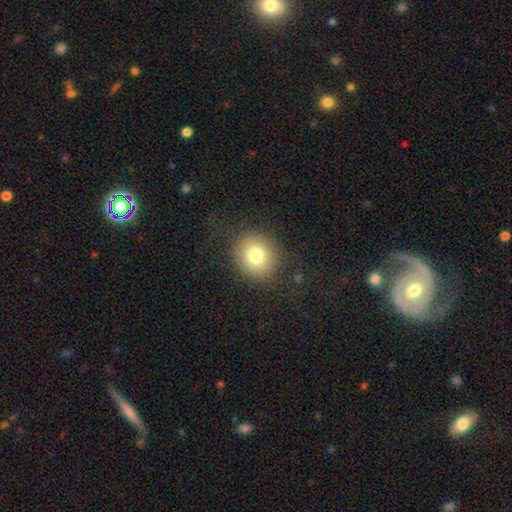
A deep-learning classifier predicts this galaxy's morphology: Smooth or featured? Predicted: smooth (p=0.78). How rounded? Predicted: round (p=0.84). Merging? Predicted: none (p=0.83).